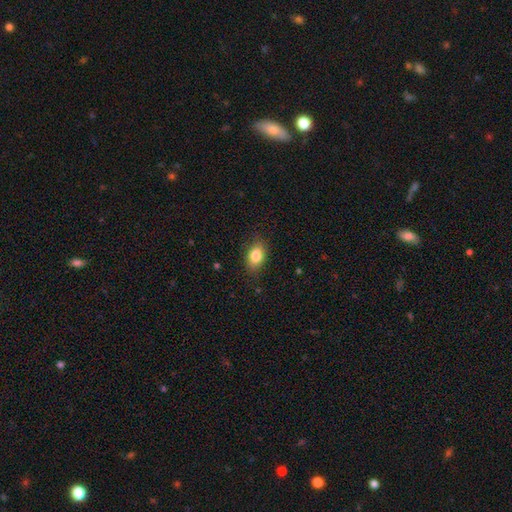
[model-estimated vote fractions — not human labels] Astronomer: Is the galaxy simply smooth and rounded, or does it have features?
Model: smooth — 82%.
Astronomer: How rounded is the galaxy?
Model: in between — 83%.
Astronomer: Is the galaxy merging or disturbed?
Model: none — 84%.